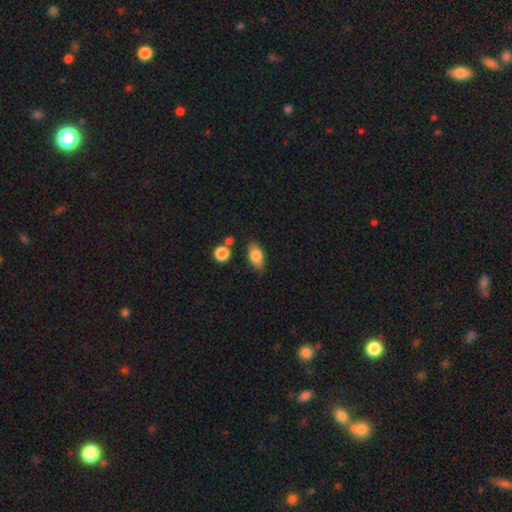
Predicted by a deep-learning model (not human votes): Q: Smooth or featured?
A: smooth (78%); runner-up: featured or disk (15%)
Q: How rounded?
A: in between (86%); runner-up: round (7%)
Q: Merging?
A: none (78%); runner-up: minor disturbance (14%)